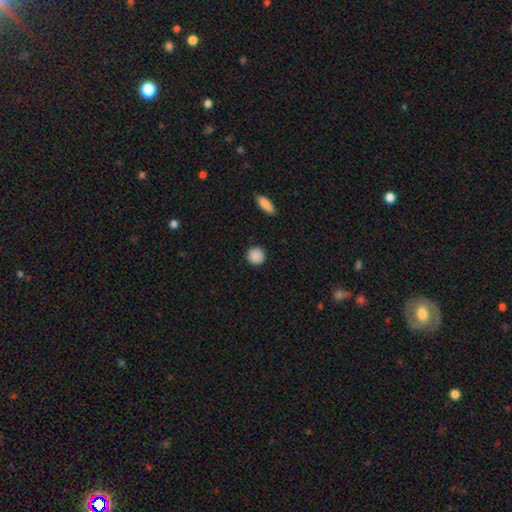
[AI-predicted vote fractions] Smooth or featured? smooth (89%)
How rounded? round (92%)
Merging? none (92%)